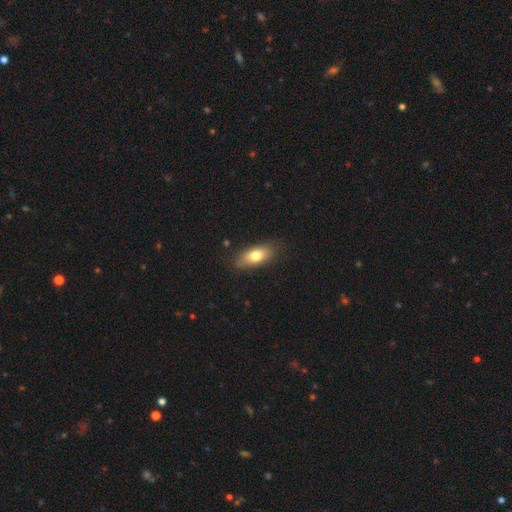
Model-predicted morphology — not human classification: smooth 74%, featured or disk 19%, star or artifact 7%. Down the decision tree: how rounded — in between (81%); merging — none (82%).